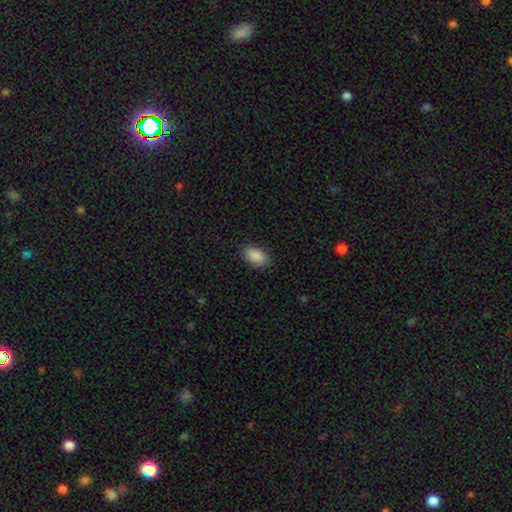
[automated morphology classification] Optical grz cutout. It shows a smooth galaxy with no disk features (90%) that is in between round and cigar-shaped (92%). Merging: none (87%).